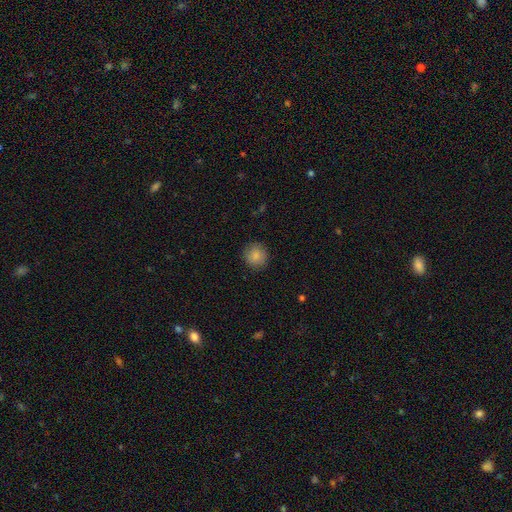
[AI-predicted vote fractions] smooth_or_featured: smooth (p=0.86) [alt: star or artifact p=0.09]
how_rounded: round (p=0.91) [alt: in between p=0.08]
merging: none (p=0.89) [alt: minor disturbance p=0.07]